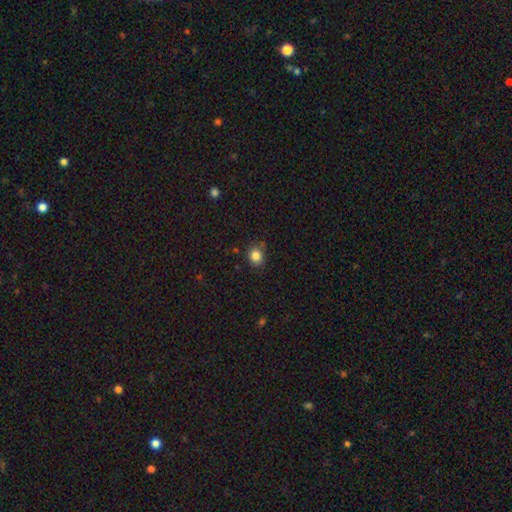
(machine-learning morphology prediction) smooth 83%, star or artifact 12%, featured or disk 5%. Down the decision tree: how rounded — round (75%); merging — none (78%).